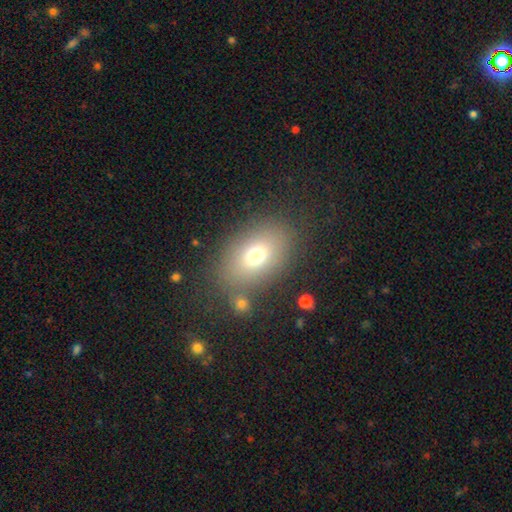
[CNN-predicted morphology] Smooth or featured? Predicted: smooth (p=0.71). How rounded? Predicted: in between (p=0.77). Merging? Predicted: none (p=0.75).